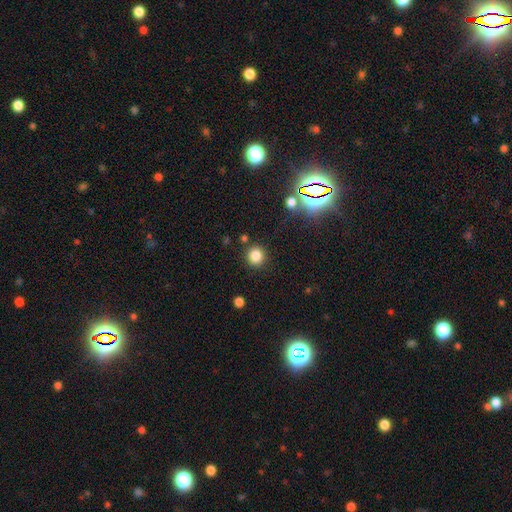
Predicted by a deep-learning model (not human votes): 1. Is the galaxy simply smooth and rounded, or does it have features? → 82% smooth, 13% star or artifact, 4% featured or disk.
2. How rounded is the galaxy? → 90% round, 9% in between, 1% cigar-shaped.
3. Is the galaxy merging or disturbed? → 87% none, 7% minor disturbance, 3% merger, 3% major disturbance.